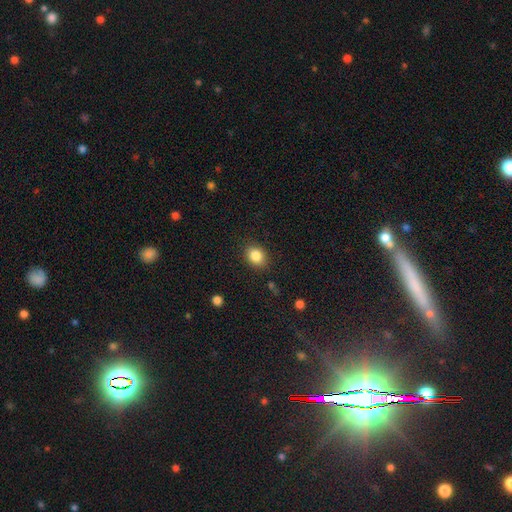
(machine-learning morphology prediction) type=smooth (86%); roundness=in between (53%); merging=none (85%).